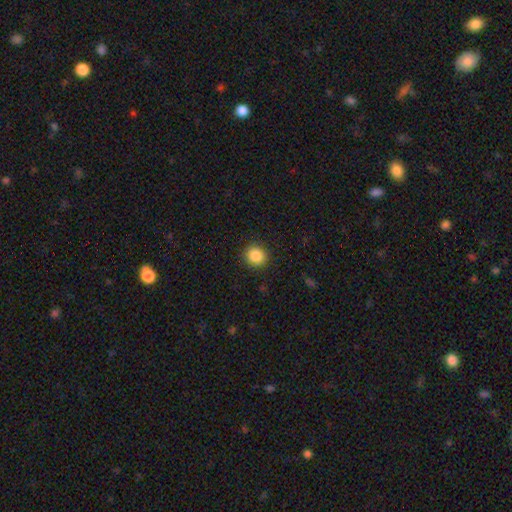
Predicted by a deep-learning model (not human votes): The model was most divided on "how rounded": round: 87%, in between: 12%, cigar-shaped: 1%. More confident: merging — none (91%); smooth or featured — smooth (87%).